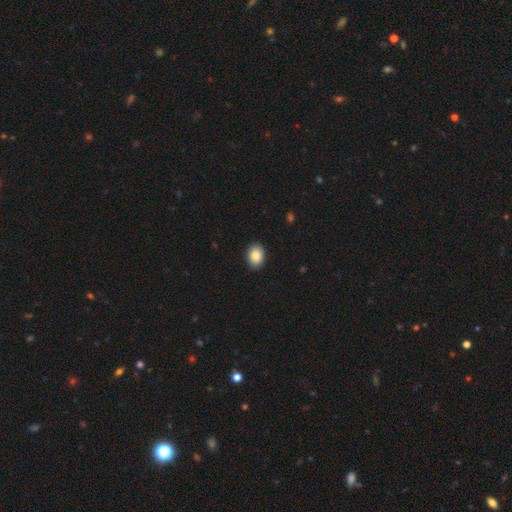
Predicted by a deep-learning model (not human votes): This is clearly a smooth galaxy (87%). How rounded: likely in between (71%). Merging: clearly none (90%).